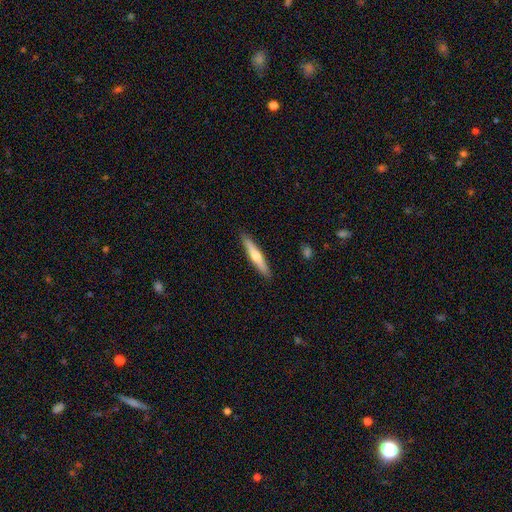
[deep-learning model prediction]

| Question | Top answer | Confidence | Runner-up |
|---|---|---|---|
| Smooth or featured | smooth | 49% | featured or disk (46%) |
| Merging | none | 91% | minor disturbance (7%) |